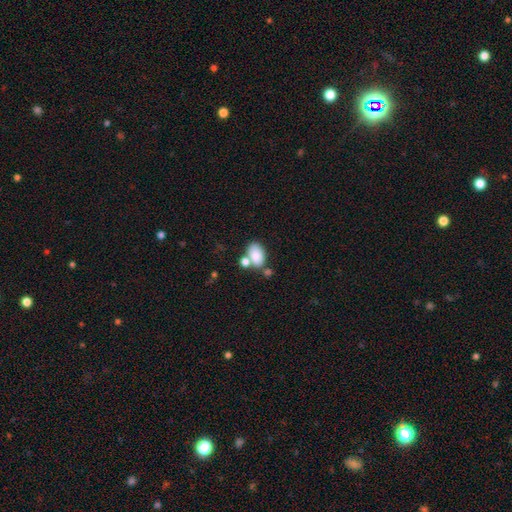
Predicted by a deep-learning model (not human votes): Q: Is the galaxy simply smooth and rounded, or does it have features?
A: smooth — 83%.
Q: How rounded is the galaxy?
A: in between — 89%.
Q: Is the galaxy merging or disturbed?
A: none — 49%.